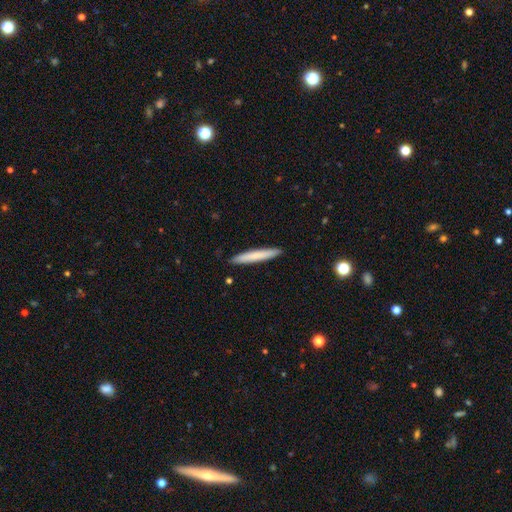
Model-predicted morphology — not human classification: Smooth or featured?
  - smooth: 76% *
  - featured or disk: 19%
  - star or artifact: 6%
How rounded?
  - cigar-shaped: 96% *
  - in between: 3%
  - round: 1%
Merging?
  - none: 91% *
  - minor disturbance: 6%
  - major disturbance: 1%
  - merger: 1%